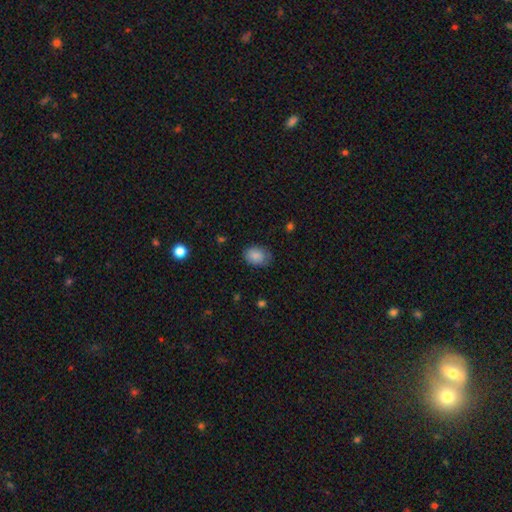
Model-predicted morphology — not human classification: Smooth or featured?
  - smooth: 86% *
  - star or artifact: 8%
  - featured or disk: 6%
How rounded?
  - in between: 71% *
  - round: 28%
  - cigar-shaped: 1%
Merging?
  - none: 71% *
  - minor disturbance: 23%
  - major disturbance: 5%
  - merger: 1%